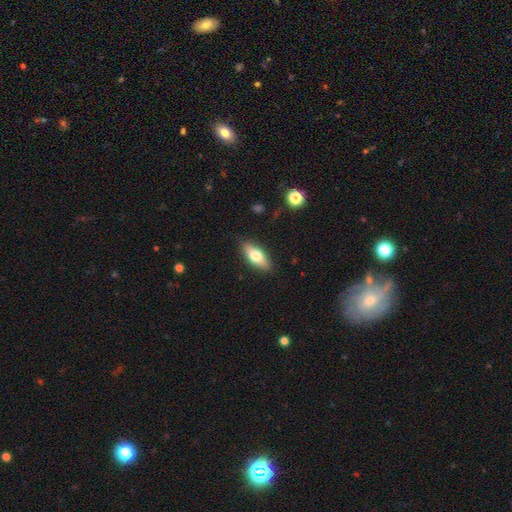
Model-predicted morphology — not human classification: Q: Smooth or featured?
A: smooth (70%); runner-up: featured or disk (24%)
Q: How rounded?
A: in between (78%); runner-up: cigar-shaped (19%)
Q: Merging?
A: none (87%); runner-up: minor disturbance (10%)